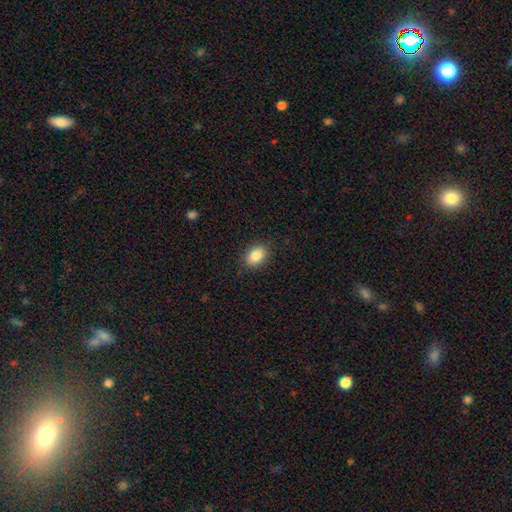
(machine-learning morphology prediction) smooth 85%, star or artifact 9%, featured or disk 6%. Down the decision tree: how rounded — in between (72%); merging — none (87%).